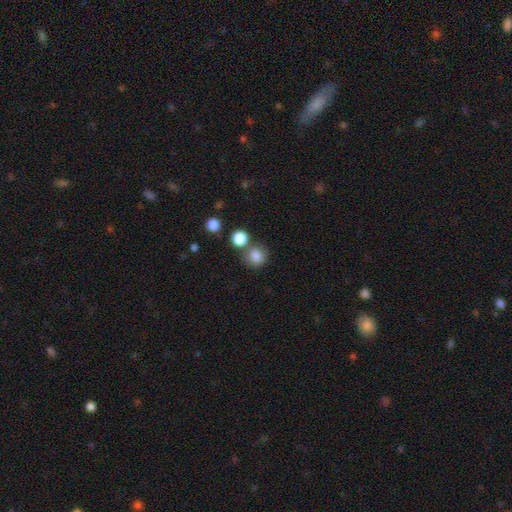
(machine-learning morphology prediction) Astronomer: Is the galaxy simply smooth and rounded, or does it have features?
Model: smooth — 83%.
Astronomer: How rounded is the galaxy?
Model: round — 88%.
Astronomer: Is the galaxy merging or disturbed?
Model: none — 70%.